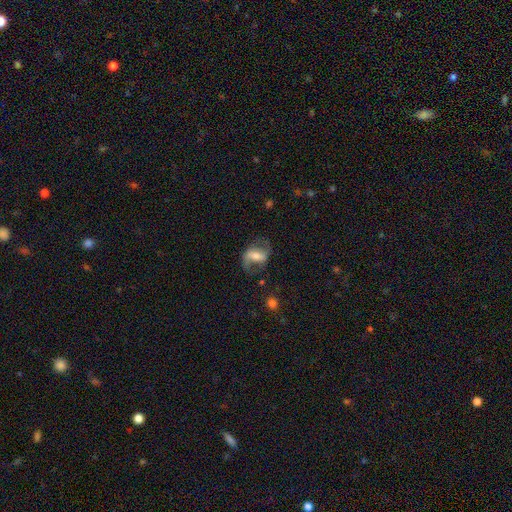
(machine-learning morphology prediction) Smooth or featured? featured or disk (76%)
Edge-on disk? no (95%)
Bar? strong (46%)
Spiral arms? yes (89%)
Spiral winding? loose (51%)
Spiral arm count? 2 (88%)
Bulge size? moderate (52%)
Merging? none (68%)